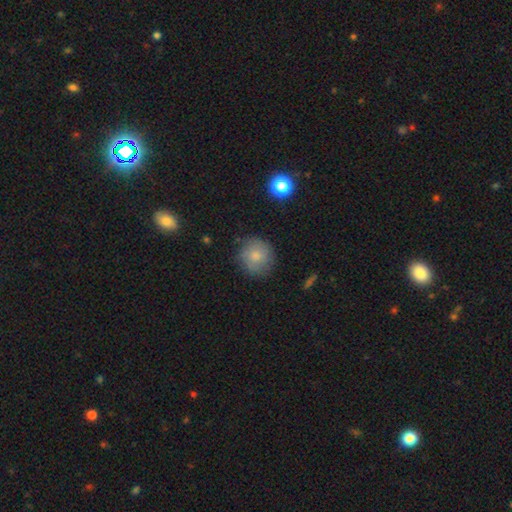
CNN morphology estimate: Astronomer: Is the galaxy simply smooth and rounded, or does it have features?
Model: smooth — 75%.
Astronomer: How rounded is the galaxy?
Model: round — 92%.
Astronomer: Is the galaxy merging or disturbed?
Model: none — 79%.